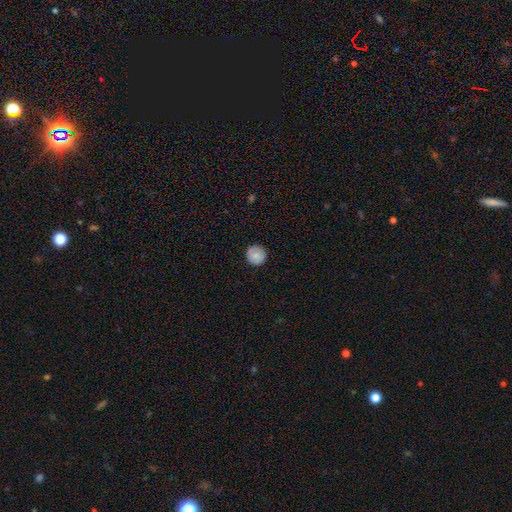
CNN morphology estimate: Smooth or featured?
  - smooth: 75% *
  - featured or disk: 17%
  - star or artifact: 7%
How rounded?
  - round: 95% *
  - in between: 4%
  - cigar-shaped: 1%
Merging?
  - none: 86% *
  - minor disturbance: 11%
  - major disturbance: 2%
  - merger: 1%